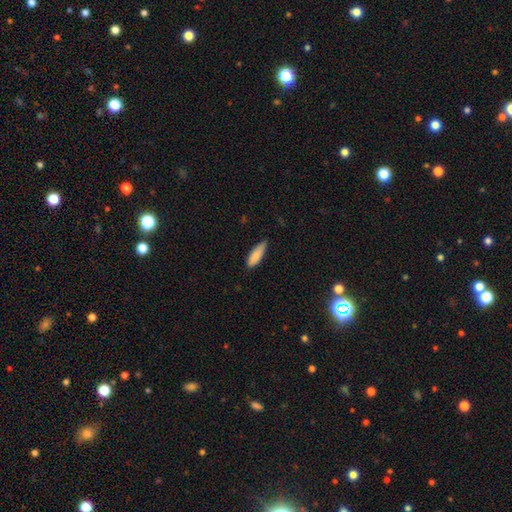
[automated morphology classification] Smooth or featured? Predicted: smooth (p=0.86). How rounded? Predicted: in between (p=0.54). Merging? Predicted: none (p=0.78).